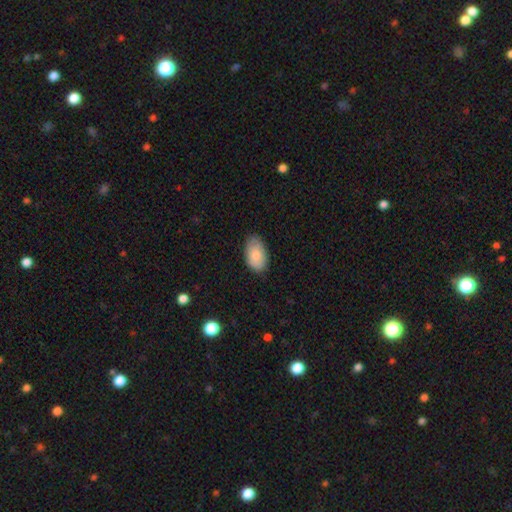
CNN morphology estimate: Smooth or featured: smooth — 83% (featured or disk — 11%)
How rounded: in between — 93% (round — 6%)
Merging: none — 79% (minor disturbance — 17%)